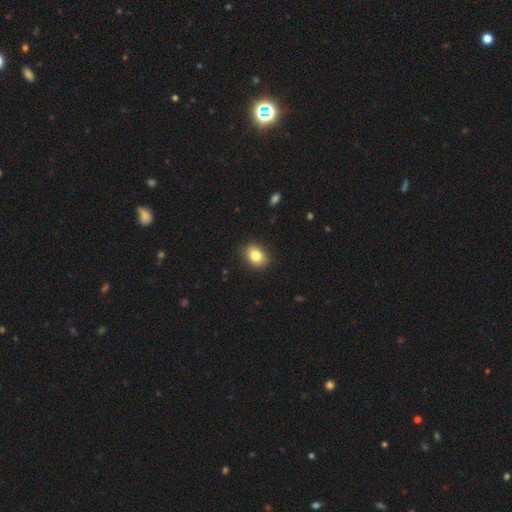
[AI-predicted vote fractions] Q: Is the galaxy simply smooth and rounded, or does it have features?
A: smooth — 82%.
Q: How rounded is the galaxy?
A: in between — 61%.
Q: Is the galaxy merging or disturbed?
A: none — 88%.